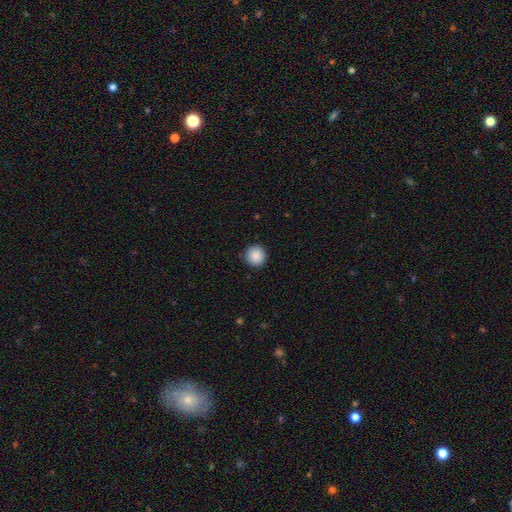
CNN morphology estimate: type=smooth (88%); roundness=round (94%); merging=none (90%).